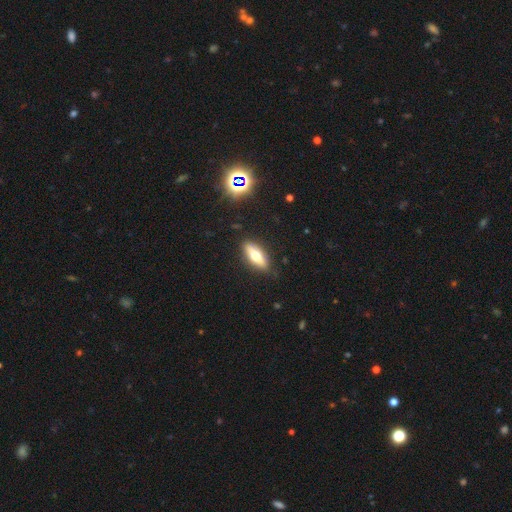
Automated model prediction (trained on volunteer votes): A smooth galaxy with no disk features (60%) that is in between round and cigar-shaped (63%).

Vote fractions:
- Smooth or featured? smooth: 60% / featured or disk: 32% / star or artifact: 8%
- How rounded? in between: 63% / cigar-shaped: 34% / round: 3%
- Merging? none: 86% / minor disturbance: 10% / major disturbance: 2% / merger: 2%